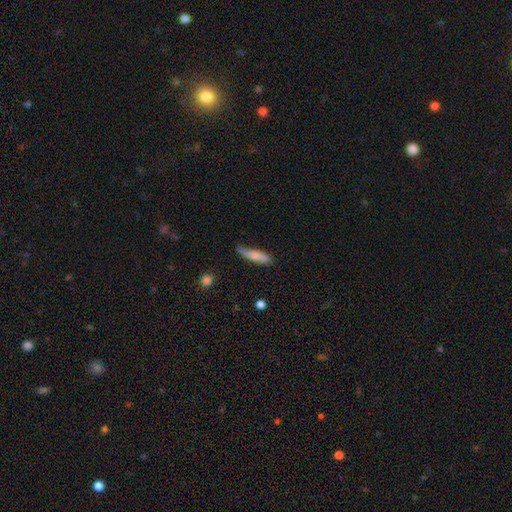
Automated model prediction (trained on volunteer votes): Overall: smooth (76%). How rounded: cigar-shaped (77%). Merging: none (60%; minor disturbance 31%).